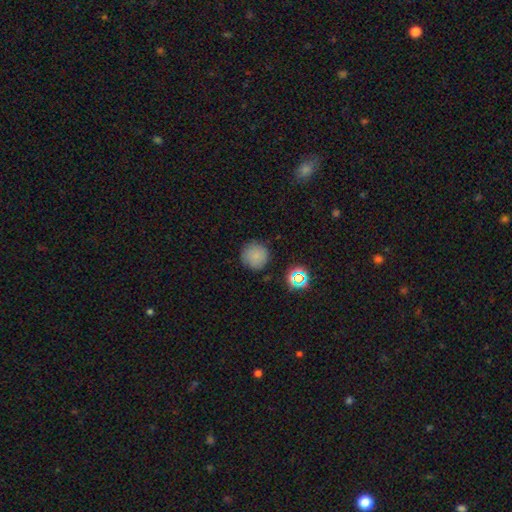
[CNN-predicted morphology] Overall: smooth (77%). How rounded: round (94%). Merging: none (84%).